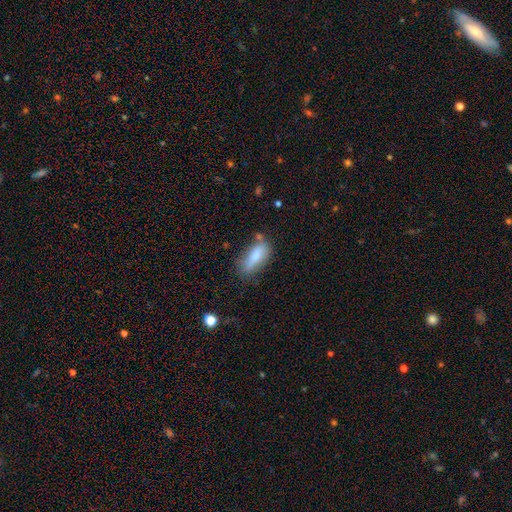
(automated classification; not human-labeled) Smooth or featured?
  - smooth: 76% *
  - featured or disk: 17%
  - star or artifact: 7%
How rounded?
  - in between: 76% *
  - cigar-shaped: 22%
  - round: 3%
Merging?
  - none: 52% *
  - minor disturbance: 30%
  - major disturbance: 10%
  - merger: 8%